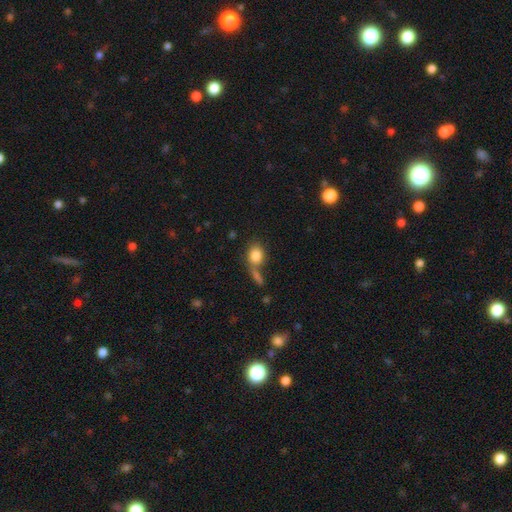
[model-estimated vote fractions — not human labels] Smooth or featured?
  - smooth: 83% *
  - star or artifact: 9%
  - featured or disk: 8%
How rounded?
  - in between: 52% *
  - round: 46%
  - cigar-shaped: 2%
Merging?
  - none: 48% *
  - merger: 30%
  - minor disturbance: 13%
  - major disturbance: 8%